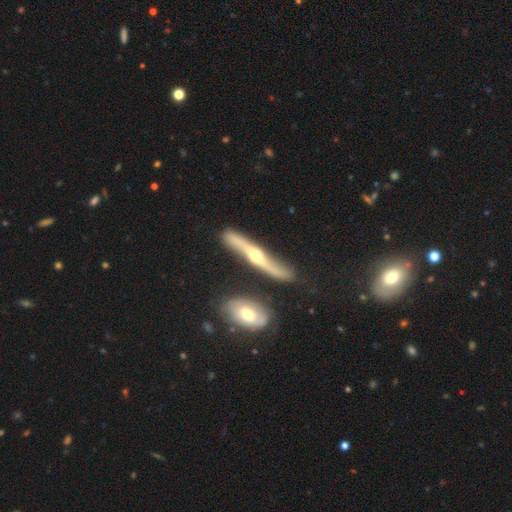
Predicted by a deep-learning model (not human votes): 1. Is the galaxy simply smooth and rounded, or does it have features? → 77% featured or disk, 18% smooth, 5% star or artifact.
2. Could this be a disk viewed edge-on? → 85% yes, 15% no.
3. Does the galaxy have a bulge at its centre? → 94% rounded, 4% none, 2% boxy.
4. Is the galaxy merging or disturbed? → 79% none, 13% minor disturbance, 5% merger, 4% major disturbance.